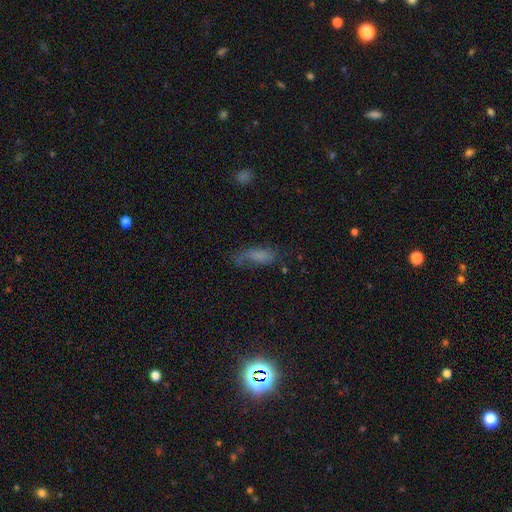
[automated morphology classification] Smooth or featured?
  - smooth: 56% *
  - featured or disk: 24%
  - star or artifact: 20%
How rounded?
  - in between: 61% *
  - cigar-shaped: 34%
  - round: 4%
Merging?
  - none: 49% *
  - minor disturbance: 27%
  - major disturbance: 20%
  - merger: 4%